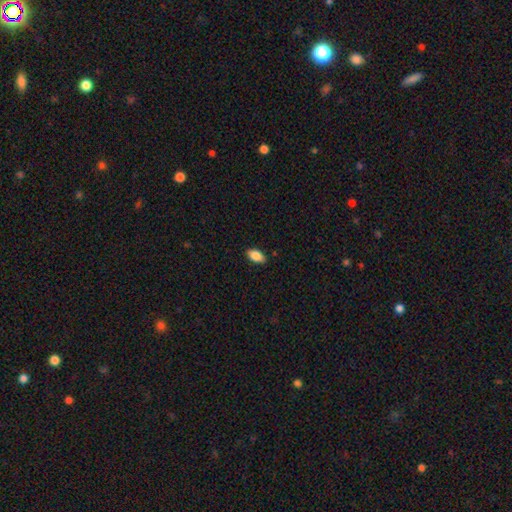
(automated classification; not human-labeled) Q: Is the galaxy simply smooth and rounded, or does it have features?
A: smooth — 87%.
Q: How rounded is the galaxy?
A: in between — 92%.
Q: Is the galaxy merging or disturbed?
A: none — 88%.